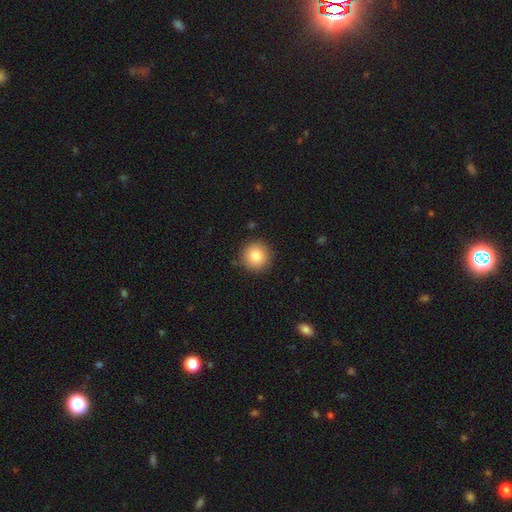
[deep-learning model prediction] A smooth galaxy with no disk features (84%) that is round (95%).

Vote fractions:
- Smooth or featured? smooth: 84% / star or artifact: 9% / featured or disk: 7%
- How rounded? round: 95% / in between: 4% / cigar-shaped: 1%
- Merging? none: 89% / minor disturbance: 7% / major disturbance: 2% / merger: 2%